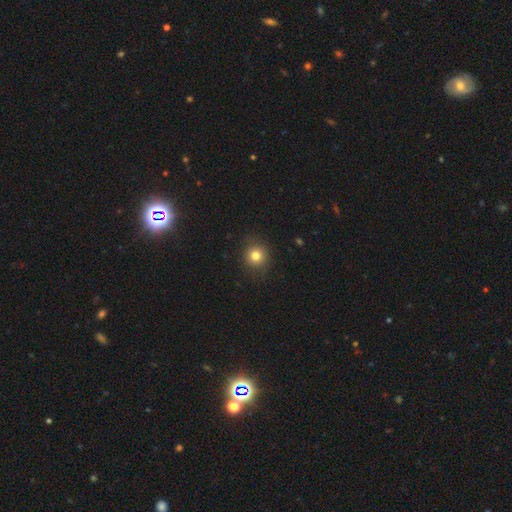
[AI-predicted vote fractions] Q: Smooth or featured?
A: smooth (80%); runner-up: star or artifact (13%)
Q: How rounded?
A: round (90%); runner-up: in between (10%)
Q: Merging?
A: none (88%); runner-up: minor disturbance (9%)